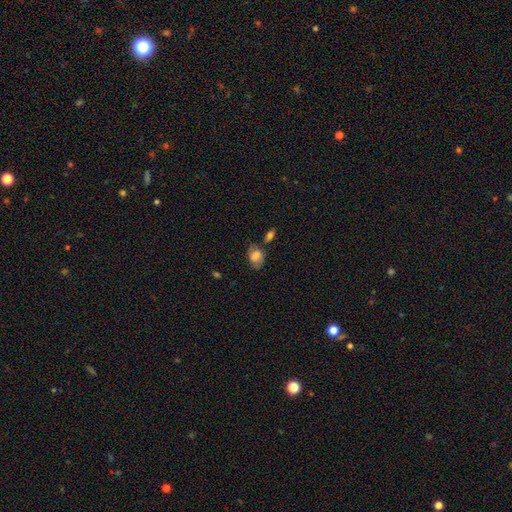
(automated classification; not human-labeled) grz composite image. It shows a smooth galaxy with no disk features (72%) that is in between round and cigar-shaped (80%). Merging: none (58%).